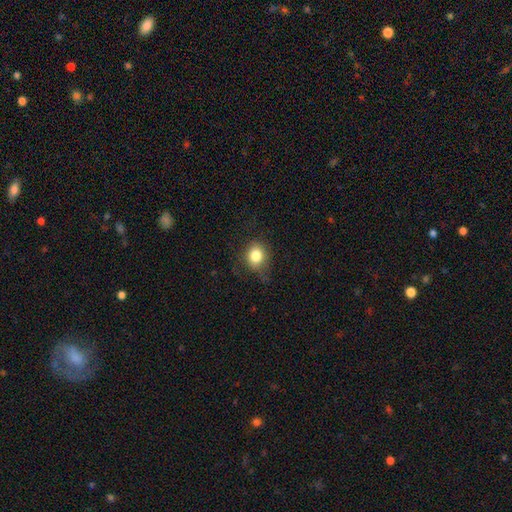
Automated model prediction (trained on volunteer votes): This appears to be a smooth galaxy with no disk features (82%) that is round (70%). Merging: none (68%).